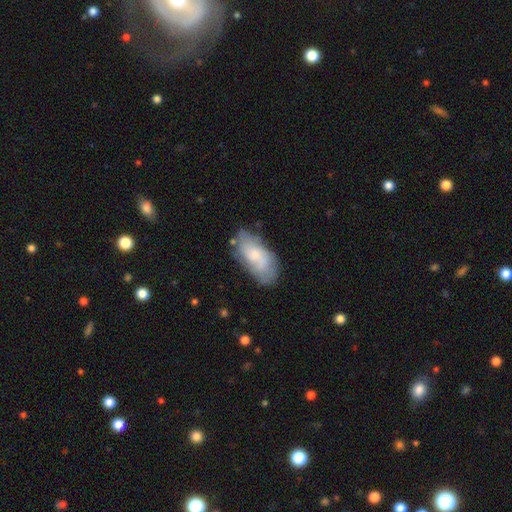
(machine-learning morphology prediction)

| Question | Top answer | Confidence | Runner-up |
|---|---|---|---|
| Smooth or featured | smooth | 52% | featured or disk (41%) |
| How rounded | in between | 90% | cigar-shaped (7%) |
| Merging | none | 61% | minor disturbance (26%) |